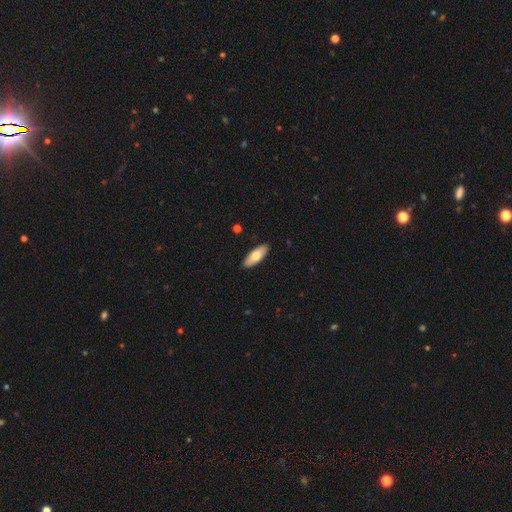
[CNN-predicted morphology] Smooth or featured?
  - smooth: 76% *
  - featured or disk: 19%
  - star or artifact: 5%
How rounded?
  - in between: 68% *
  - cigar-shaped: 30%
  - round: 2%
Merging?
  - none: 90% *
  - minor disturbance: 8%
  - major disturbance: 1%
  - merger: 1%